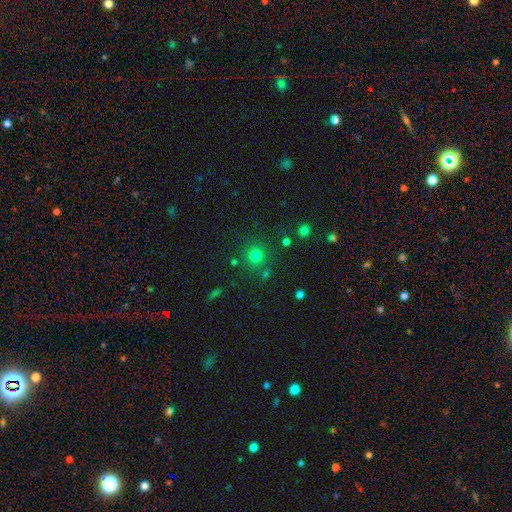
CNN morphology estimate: This is likely a smooth galaxy (76%). How rounded: clearly round (92%). Merging: clearly none (81%).